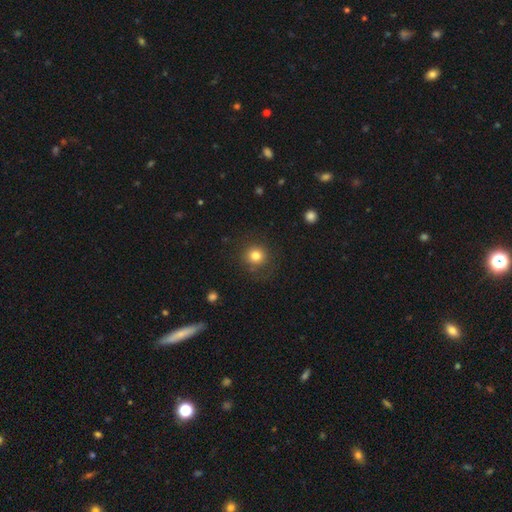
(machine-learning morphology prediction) type=smooth (81%); roundness=round (92%); merging=none (84%).